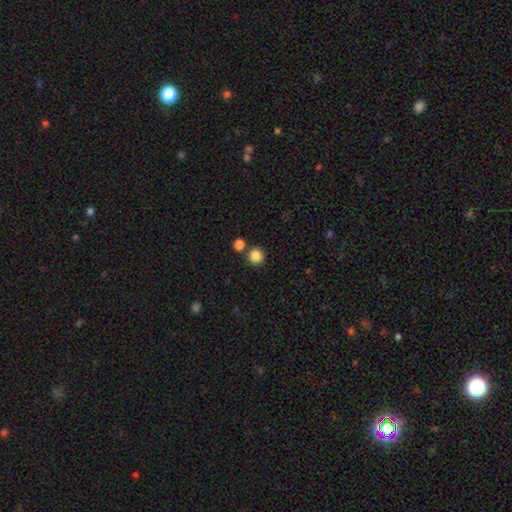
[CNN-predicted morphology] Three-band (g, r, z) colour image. It shows a smooth galaxy with no disk features (86%) that is round (94%). Merging: none (79%).